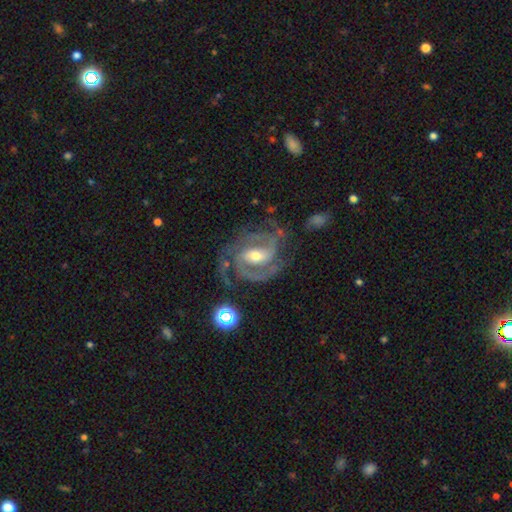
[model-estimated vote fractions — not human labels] Smooth or featured?
  - featured or disk: 91% *
  - star or artifact: 6%
  - smooth: 3%
Edge-on disk?
  - no: 97% *
  - yes: 3%
Bar?
  - strong: 43% *
  - weak: 40%
  - no: 17%
Spiral arms?
  - yes: 98% *
  - no: 2%
Spiral winding?
  - tight: 52% *
  - medium: 42%
  - loose: 6%
Spiral arm count?
  - 2: 49% *
  - 3: 31%
  - can't tell: 7%
  - 4: 6%
  - 1: 4%
  - more than 4: 4%
Bulge size?
  - moderate: 60% *
  - small: 35%
  - large: 3%
  - none: 1%
  - dominant: 1%
Merging?
  - none: 74% *
  - minor disturbance: 16%
  - major disturbance: 8%
  - merger: 2%